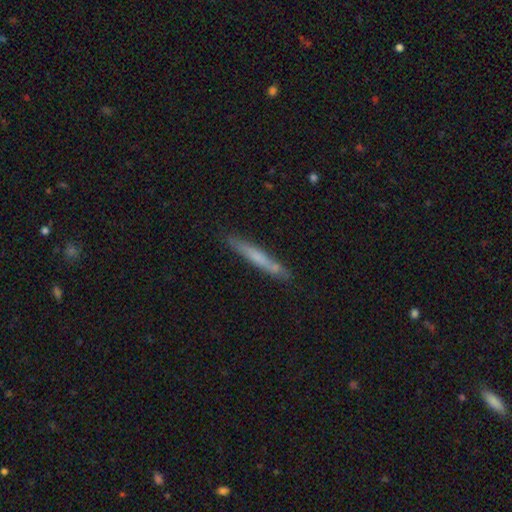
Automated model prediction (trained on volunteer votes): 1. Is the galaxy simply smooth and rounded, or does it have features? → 49% smooth, 43% featured or disk, 8% star or artifact.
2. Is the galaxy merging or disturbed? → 86% none, 11% minor disturbance, 2% major disturbance, 2% merger.